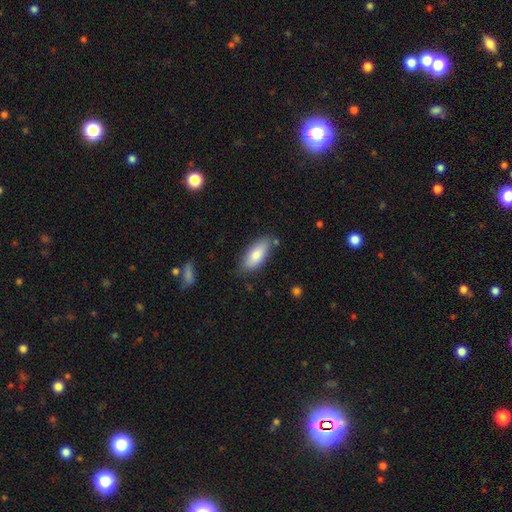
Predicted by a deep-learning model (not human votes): smooth-or-featured: smooth: 82% | featured or disk: 12% | star or artifact: 6%
  how-rounded: in between: 82% | cigar-shaped: 16% | round: 2%
  merging: none: 78% | minor disturbance: 15% | merger: 4% | major disturbance: 3%